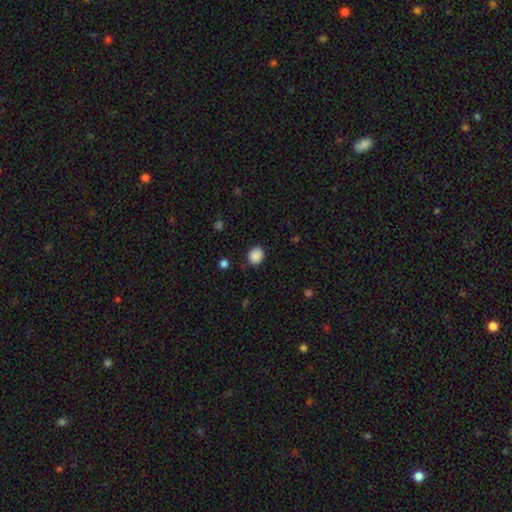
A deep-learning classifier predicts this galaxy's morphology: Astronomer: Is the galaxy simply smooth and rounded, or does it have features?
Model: smooth — 88%.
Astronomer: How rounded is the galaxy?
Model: round — 77%.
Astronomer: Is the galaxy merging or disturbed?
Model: none — 88%.